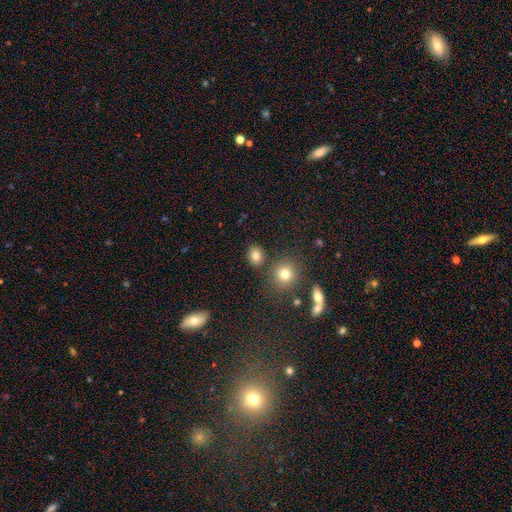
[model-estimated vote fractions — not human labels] The model was most divided on "how rounded": round: 58%, in between: 41%, cigar-shaped: 1%. More confident: merging — none (81%); smooth or featured — smooth (80%).